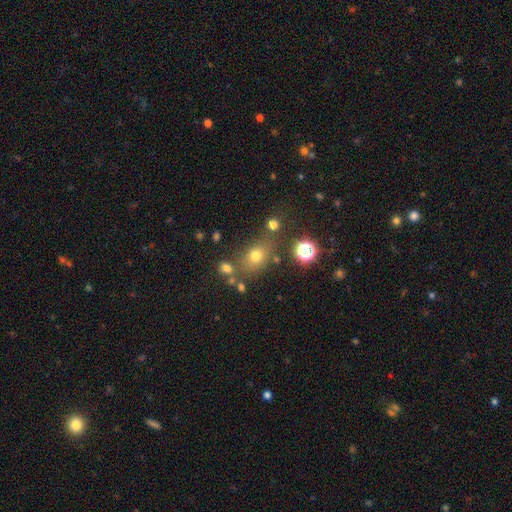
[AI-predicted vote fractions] smooth 69%, star or artifact 19%, featured or disk 12%. Down the decision tree: how rounded — in between (54%); merging — none (67%).